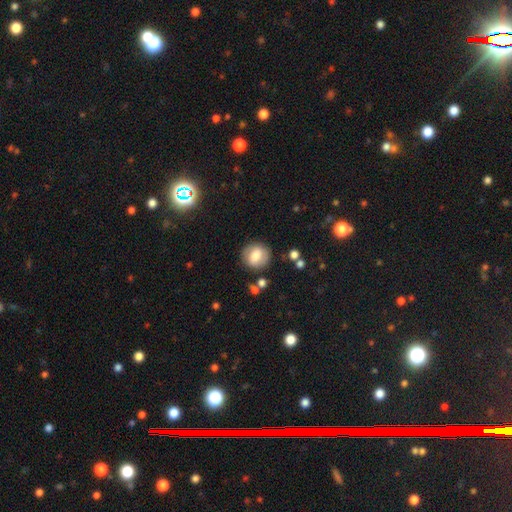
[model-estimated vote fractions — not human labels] smooth-or-featured: smooth: 69% | featured or disk: 23% | star or artifact: 9%
  how-rounded: round: 80% | in between: 19% | cigar-shaped: 1%
  merging: none: 83% | minor disturbance: 11% | major disturbance: 4% | merger: 3%